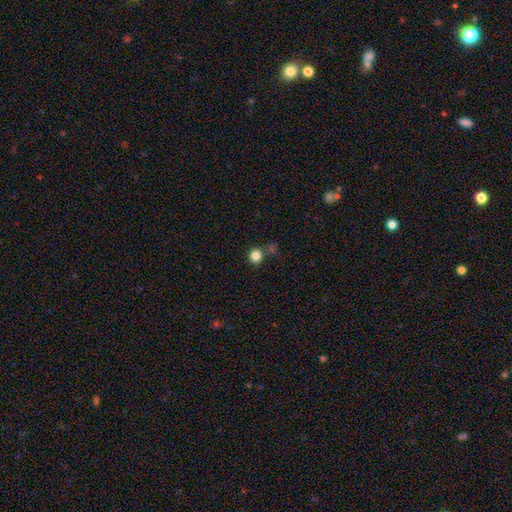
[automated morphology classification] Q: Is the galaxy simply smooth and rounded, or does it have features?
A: smooth — 83%.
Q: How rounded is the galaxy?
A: round — 90%.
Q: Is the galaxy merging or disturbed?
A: none — 76%.